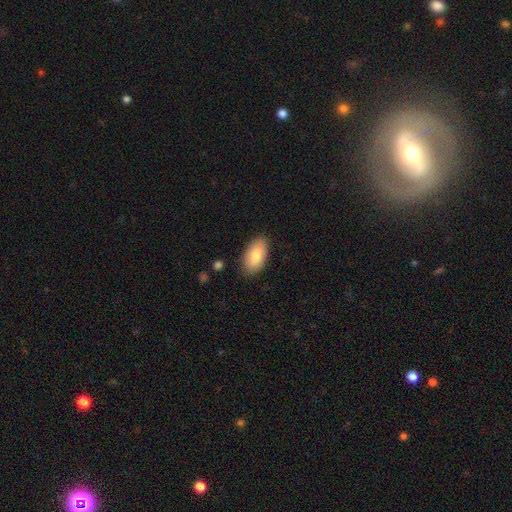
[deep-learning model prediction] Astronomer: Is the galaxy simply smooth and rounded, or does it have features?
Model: smooth — 81%.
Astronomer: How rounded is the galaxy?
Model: in between — 94%.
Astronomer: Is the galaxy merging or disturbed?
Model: none — 83%.